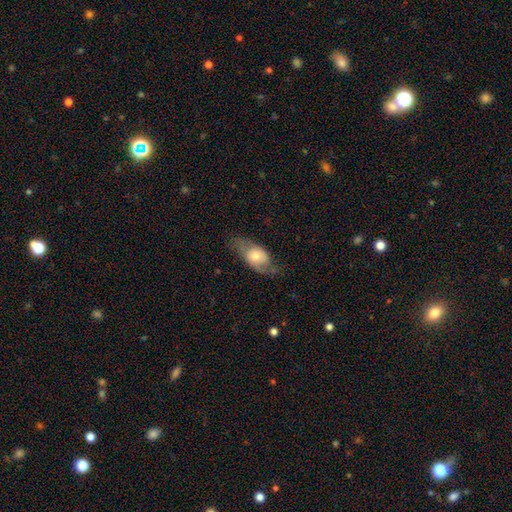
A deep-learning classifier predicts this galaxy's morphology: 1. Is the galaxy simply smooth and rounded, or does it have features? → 50% smooth, 43% featured or disk, 7% star or artifact.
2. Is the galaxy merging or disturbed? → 58% none, 25% minor disturbance, 15% major disturbance, 2% merger.